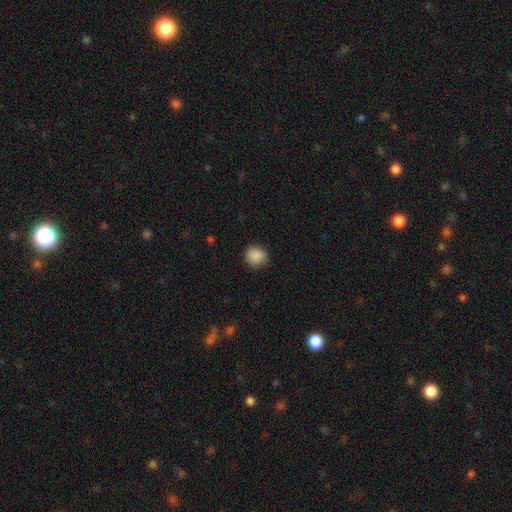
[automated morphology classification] Smooth or featured?
  - smooth: 89% *
  - star or artifact: 9%
  - featured or disk: 3%
How rounded?
  - round: 83% *
  - in between: 16%
  - cigar-shaped: 1%
Merging?
  - none: 86% *
  - minor disturbance: 11%
  - major disturbance: 3%
  - merger: 1%